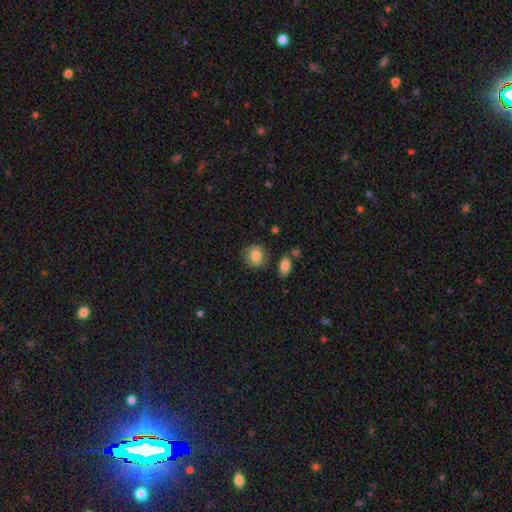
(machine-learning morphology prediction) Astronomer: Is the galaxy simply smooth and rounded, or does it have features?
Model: smooth — 83%.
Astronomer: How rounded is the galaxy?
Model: round — 64%.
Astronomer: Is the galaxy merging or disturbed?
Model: none — 77%.